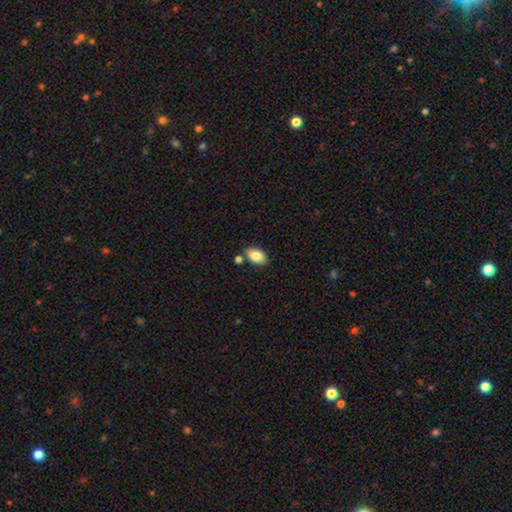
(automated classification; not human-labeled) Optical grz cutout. It shows a smooth galaxy with no disk features (83%) that is in between round and cigar-shaped (90%). Merging: none (79%).